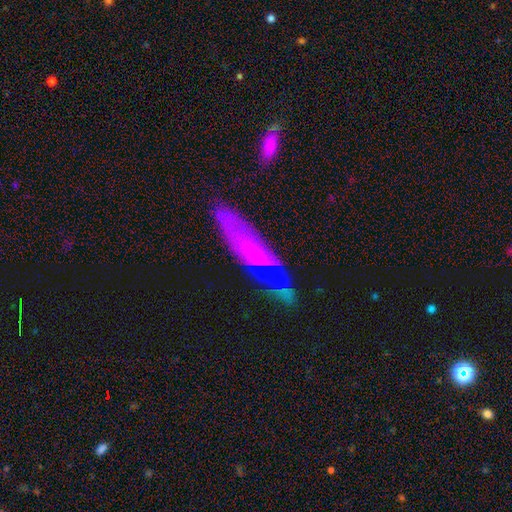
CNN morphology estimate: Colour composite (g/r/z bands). It shows a featured or disk galaxy (55%). Merging: none (57%).